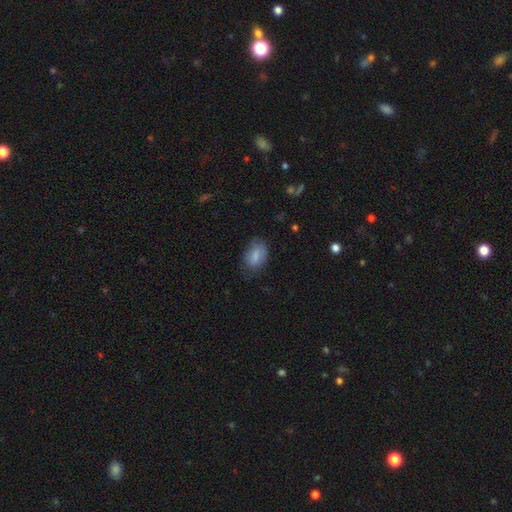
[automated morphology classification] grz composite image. It shows a smooth galaxy with no disk features (79%) that is in between round and cigar-shaped (86%). Merging: none (66%).